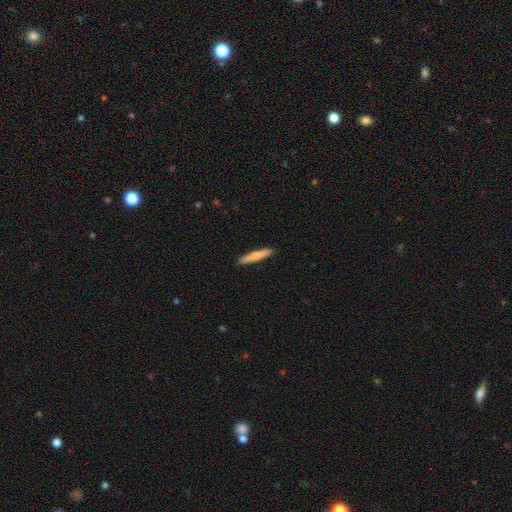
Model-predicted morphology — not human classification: Overall: smooth (70%). How rounded: cigar-shaped (93%). Merging: none (92%).